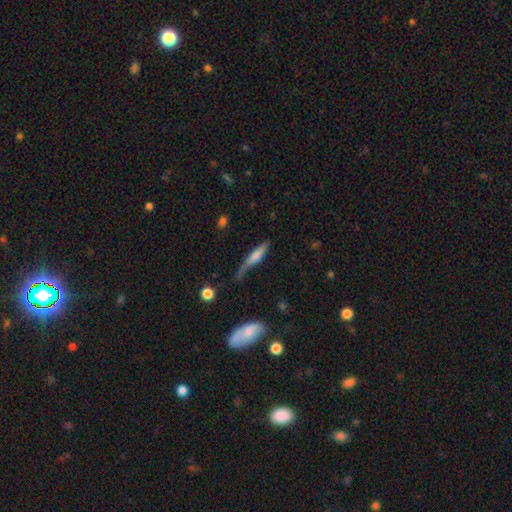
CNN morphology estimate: Smooth or featured?
  - smooth: 60% *
  - featured or disk: 32%
  - star or artifact: 8%
How rounded?
  - cigar-shaped: 77% *
  - in between: 20%
  - round: 3%
Merging?
  - none: 39% *
  - minor disturbance: 34%
  - major disturbance: 21%
  - merger: 5%